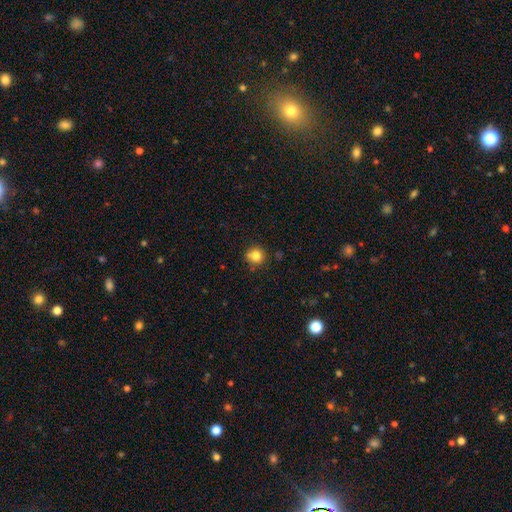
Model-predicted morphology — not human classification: type=smooth (82%); roundness=round (91%); merging=none (77%).